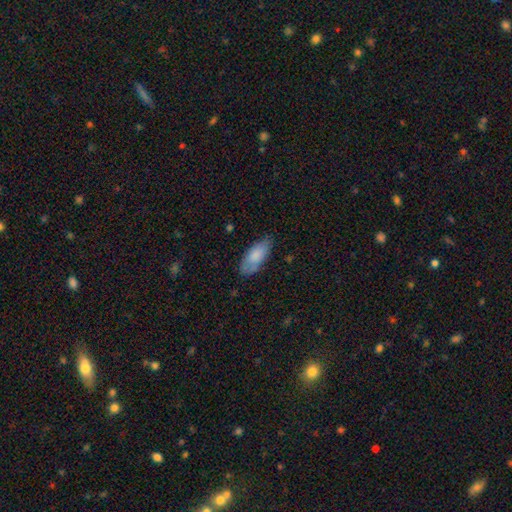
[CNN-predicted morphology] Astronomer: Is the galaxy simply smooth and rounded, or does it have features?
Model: smooth — 82%.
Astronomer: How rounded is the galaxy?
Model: in between — 84%.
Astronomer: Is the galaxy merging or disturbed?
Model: none — 72%.